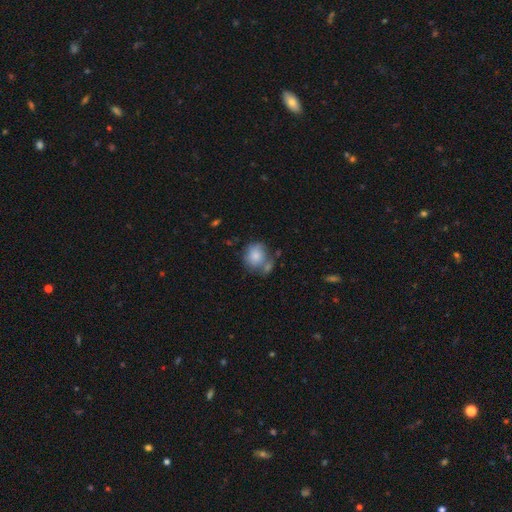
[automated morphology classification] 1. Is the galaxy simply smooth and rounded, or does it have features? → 76% smooth, 16% featured or disk, 8% star or artifact.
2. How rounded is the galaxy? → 74% round, 25% in between, 1% cigar-shaped.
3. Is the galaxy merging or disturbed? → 45% none, 23% merger, 22% minor disturbance, 10% major disturbance.